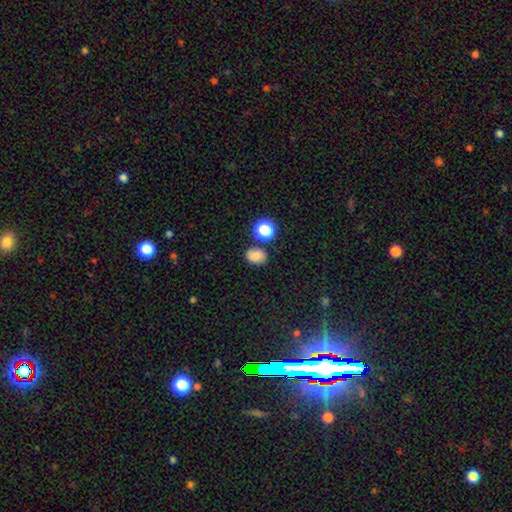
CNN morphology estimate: This appears to be a smooth galaxy with no disk features (77%) that is in between round and cigar-shaped (62%). Merging: none (72%).